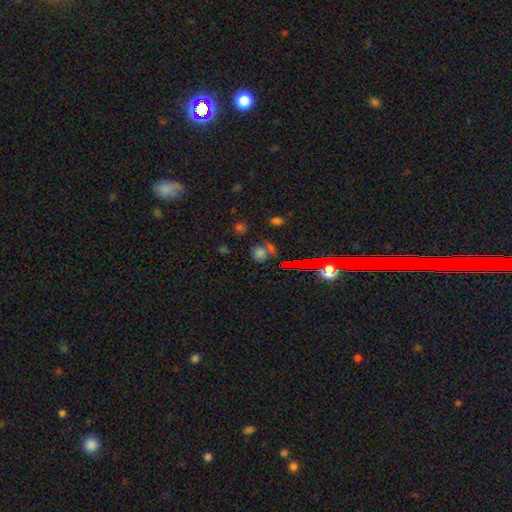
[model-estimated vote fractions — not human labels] smooth_or_featured: smooth (p=0.46) [alt: star or artifact p=0.43]
merging: none (p=0.72) [alt: minor disturbance p=0.12]